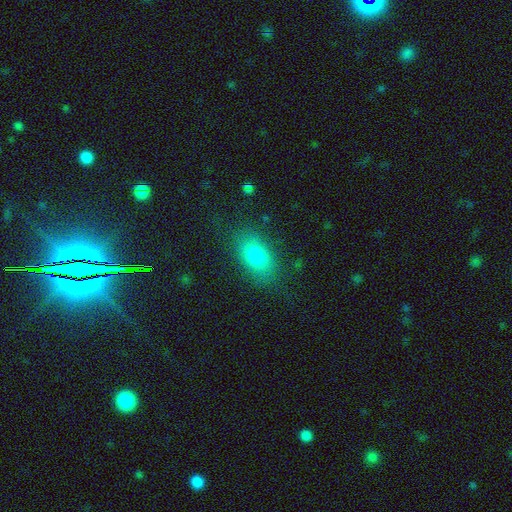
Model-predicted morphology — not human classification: The model was most divided on "merging": none: 79%, minor disturbance: 14%, major disturbance: 6%, merger: 1%. More confident: how rounded — in between (85%); smooth or featured — smooth (80%).